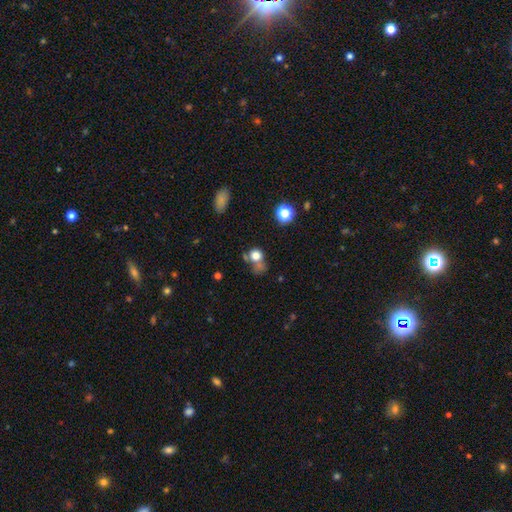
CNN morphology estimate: smooth 73%, star or artifact 16%, featured or disk 11%. Down the decision tree: how rounded — round (77%); merging — none (43%).